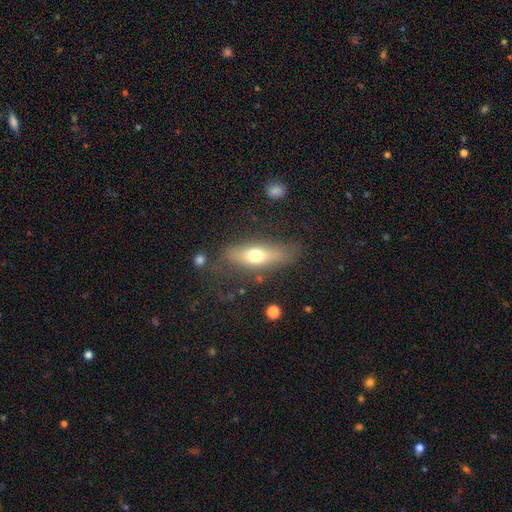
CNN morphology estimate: Smooth or featured: smooth — 59% (featured or disk — 33%)
How rounded: in between — 51% (cigar-shaped — 45%)
Merging: none — 73% (minor disturbance — 17%)